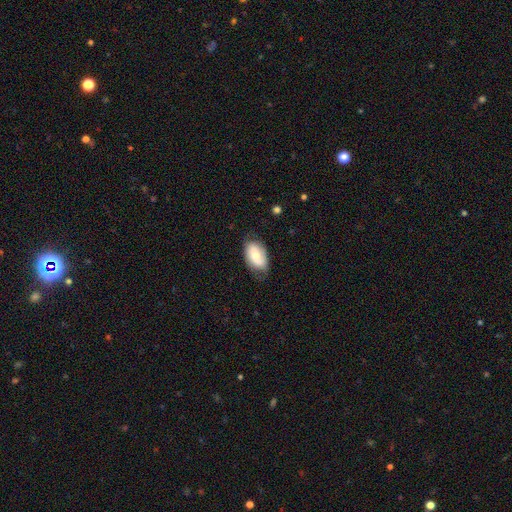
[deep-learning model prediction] This is likely a smooth galaxy (63%). How rounded: clearly in between (93%). Merging: likely none (70%).